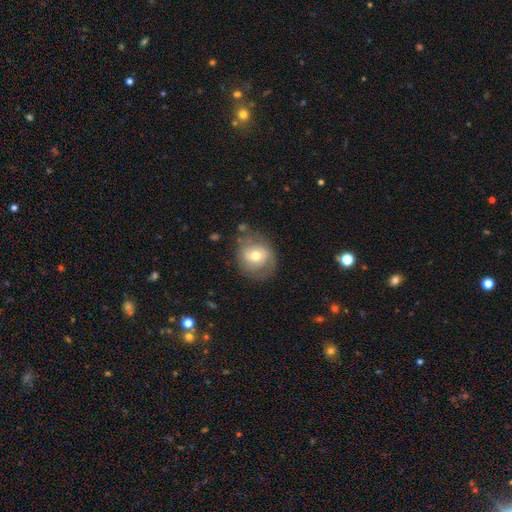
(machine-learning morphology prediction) A smooth galaxy with no disk features (52%) that is round (74%).

Vote fractions:
- Smooth or featured? smooth: 52% / featured or disk: 40% / star or artifact: 8%
- How rounded? round: 74% / in between: 26% / cigar-shaped: 1%
- Merging? none: 68% / minor disturbance: 20% / major disturbance: 10% / merger: 2%